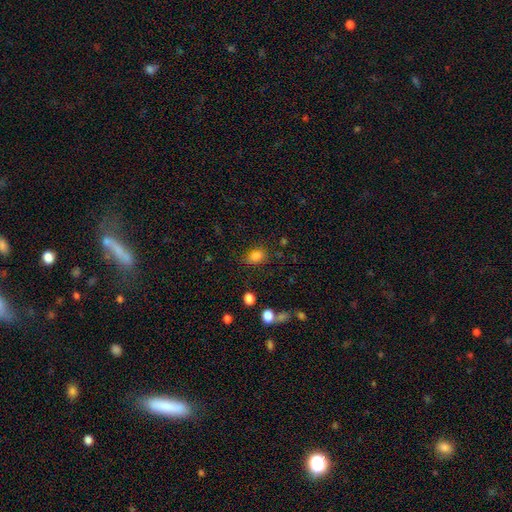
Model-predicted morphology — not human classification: smooth-or-featured: smooth: 82% | star or artifact: 12% | featured or disk: 6%
  how-rounded: in between: 71% | round: 27% | cigar-shaped: 1%
  merging: none: 73% | minor disturbance: 18% | major disturbance: 6% | merger: 3%